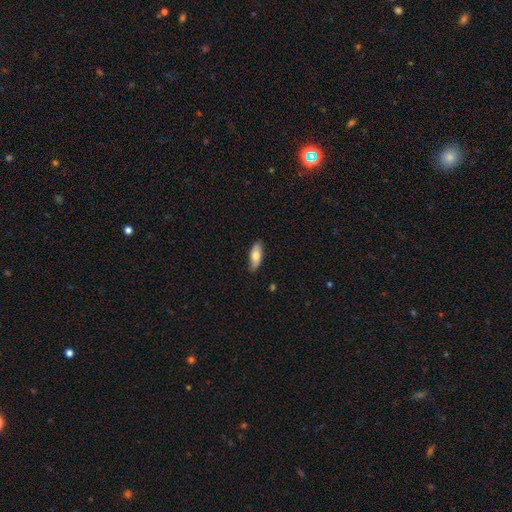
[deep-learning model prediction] Morphology: type=smooth (69%); roundness=in between (76%); merging=none (82%).